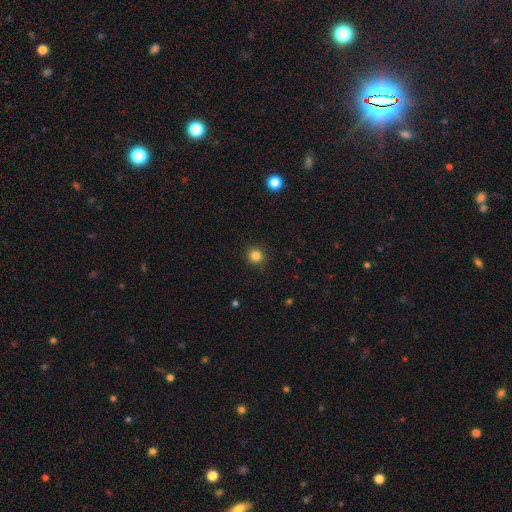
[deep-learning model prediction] smooth-or-featured: smooth: 84% | star or artifact: 12% | featured or disk: 4%
  how-rounded: round: 93% | in between: 6% | cigar-shaped: 1%
  merging: none: 90% | minor disturbance: 6% | major disturbance: 2% | merger: 1%